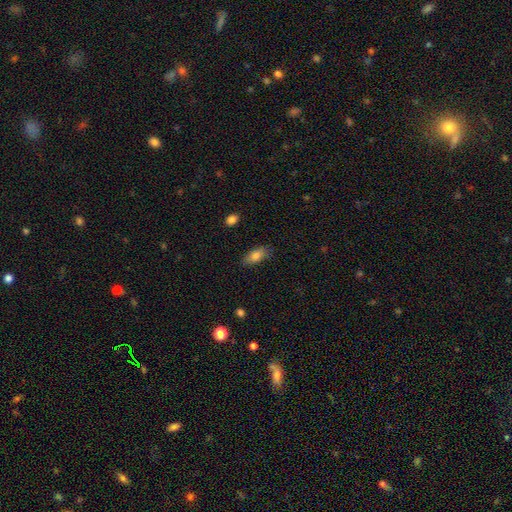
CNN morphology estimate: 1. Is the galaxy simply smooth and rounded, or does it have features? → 80% smooth, 13% featured or disk, 8% star or artifact.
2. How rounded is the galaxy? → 84% in between, 12% cigar-shaped, 4% round.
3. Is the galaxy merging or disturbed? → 83% none, 13% minor disturbance, 3% major disturbance, 1% merger.